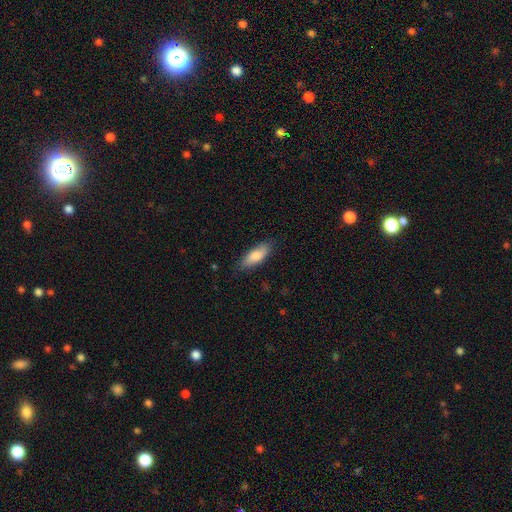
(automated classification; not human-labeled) smooth_or_featured: smooth (p=0.80) [alt: featured or disk p=0.14]
how_rounded: in between (p=0.70) [alt: cigar-shaped p=0.28]
merging: none (p=0.81) [alt: minor disturbance p=0.15]